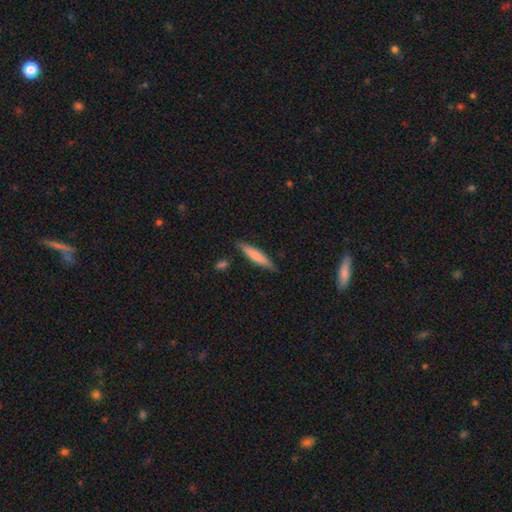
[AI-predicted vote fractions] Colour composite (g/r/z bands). It shows a smooth galaxy with no disk features (71%) that is cigar-shaped (81%). Merging: none (82%).